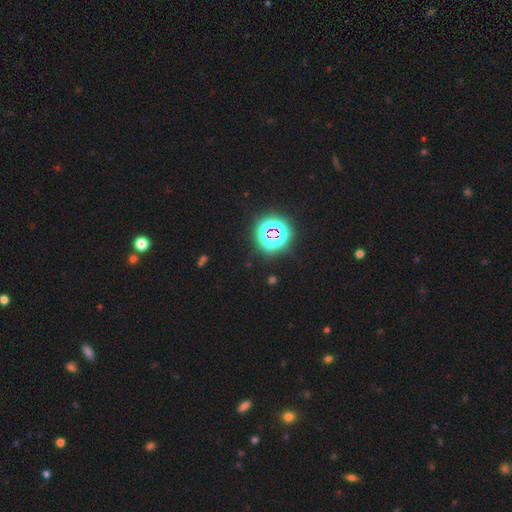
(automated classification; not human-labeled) star or artifact 81%, smooth 13%, featured or disk 6%.